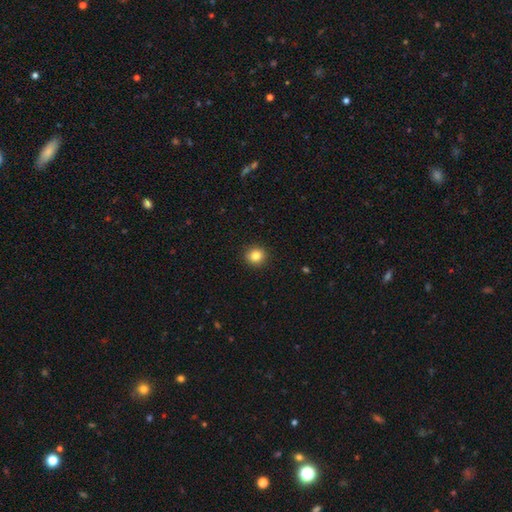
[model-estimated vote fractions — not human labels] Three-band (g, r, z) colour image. It shows a smooth galaxy with no disk features (84%) that is round (89%). Merging: none (92%).